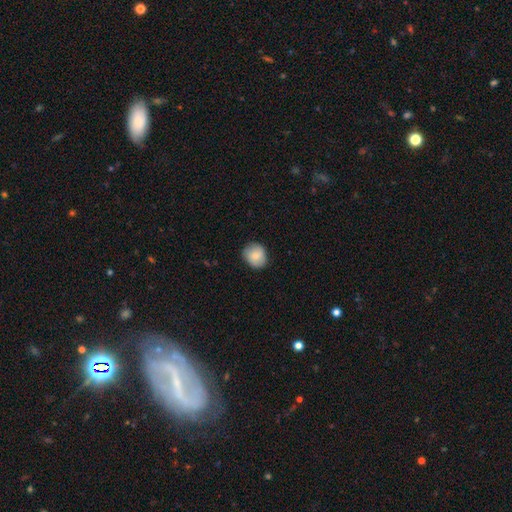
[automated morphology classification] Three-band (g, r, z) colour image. It shows a smooth galaxy with no disk features (84%) that is round (69%). Merging: none (83%).